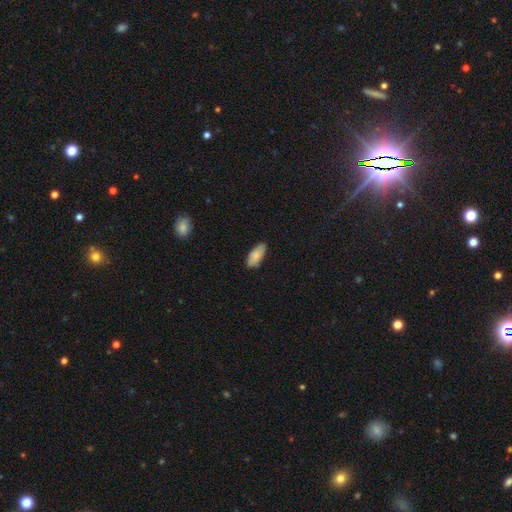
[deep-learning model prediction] Q: Smooth or featured?
A: smooth (83%); runner-up: featured or disk (11%)
Q: How rounded?
A: in between (86%); runner-up: cigar-shaped (12%)
Q: Merging?
A: none (79%); runner-up: minor disturbance (17%)